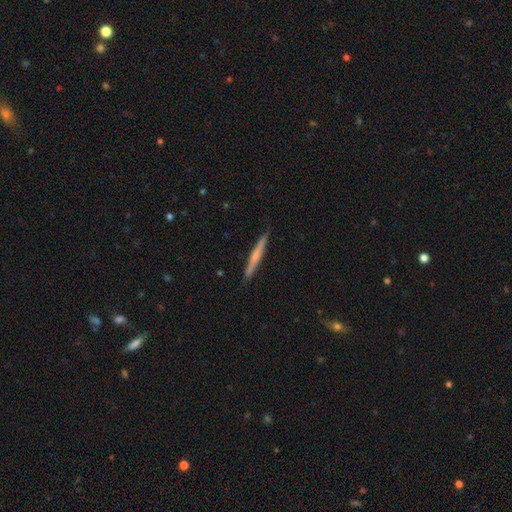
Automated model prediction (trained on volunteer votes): smooth-or-featured: smooth: 50% | featured or disk: 45% | star or artifact: 5%
  merging: none: 91% | minor disturbance: 6% | major disturbance: 1% | merger: 1%